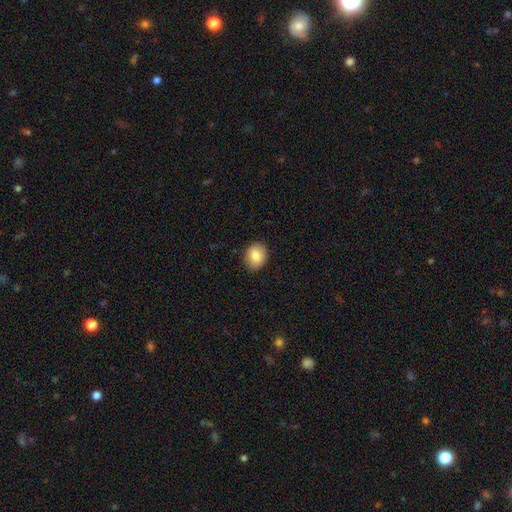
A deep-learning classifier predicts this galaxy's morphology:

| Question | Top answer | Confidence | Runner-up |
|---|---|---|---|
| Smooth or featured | smooth | 84% | star or artifact (8%) |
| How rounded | round | 54% | in between (45%) |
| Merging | none | 88% | minor disturbance (9%) |